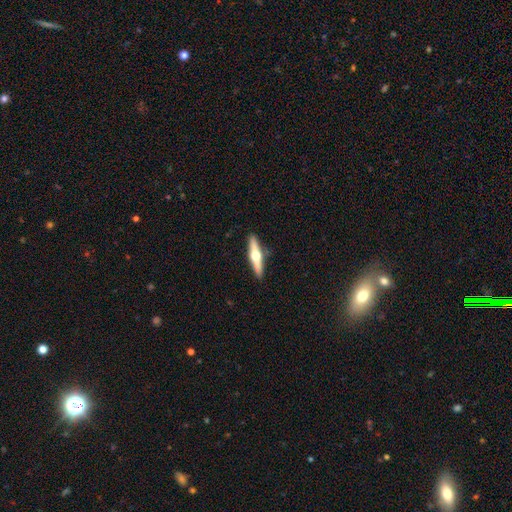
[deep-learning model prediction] smooth_or_featured: featured or disk (p=0.65) [alt: smooth p=0.30]
disk_edge_on: yes (p=0.96) [alt: no p=0.04]
edge_on_bulge: rounded (p=0.96) [alt: boxy p=0.02]
merging: none (p=0.89) [alt: minor disturbance p=0.07]